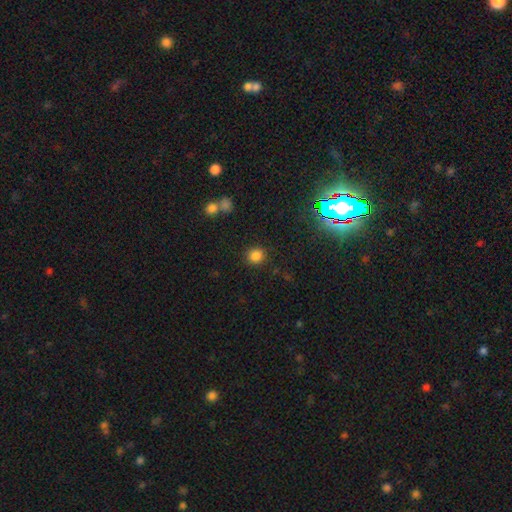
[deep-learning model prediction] Smooth or featured? smooth (82%)
How rounded? round (86%)
Merging? none (86%)